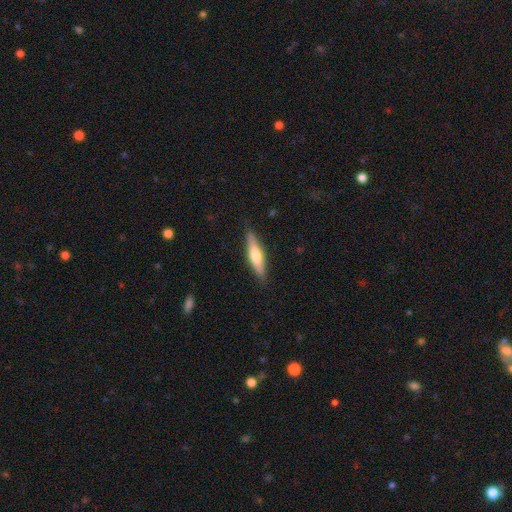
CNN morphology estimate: type=smooth (49%); merging=none (87%).